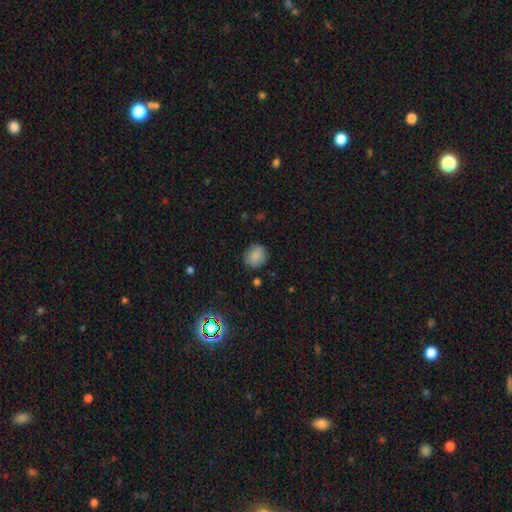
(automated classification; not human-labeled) This is clearly a smooth galaxy (84%). How rounded: clearly round (85%). Merging: clearly none (84%).